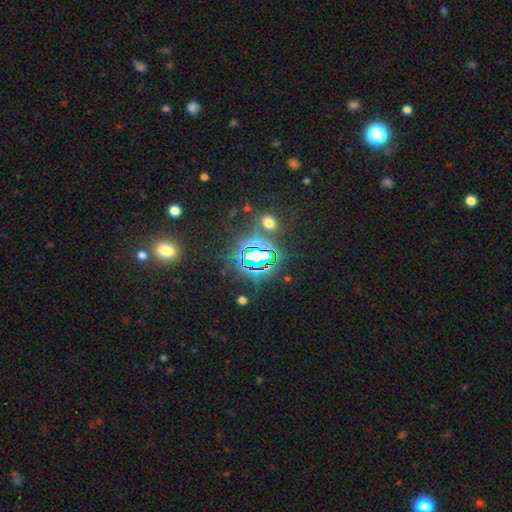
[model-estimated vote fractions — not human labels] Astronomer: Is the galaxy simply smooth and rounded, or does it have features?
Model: star or artifact — 77%.